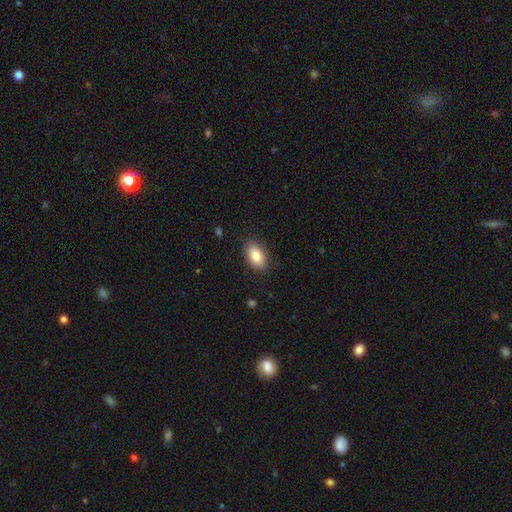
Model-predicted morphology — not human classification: This is clearly a smooth galaxy (86%). How rounded: clearly in between (92%). Merging: clearly none (87%).